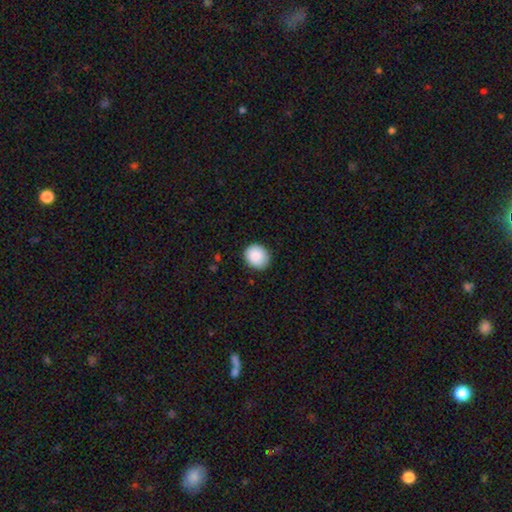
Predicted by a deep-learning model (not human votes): A smooth galaxy with no disk features (89%) that is round (80%). Merging: none (86%).